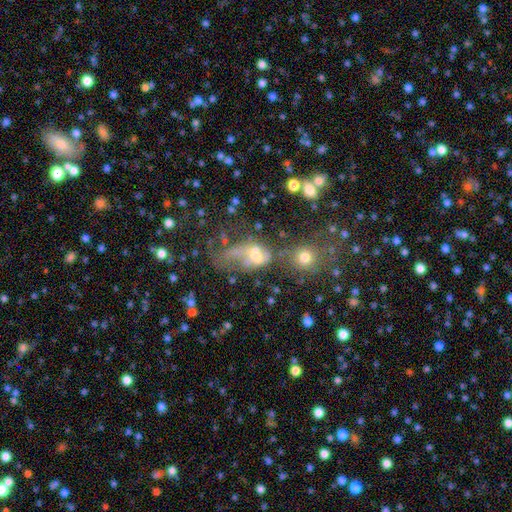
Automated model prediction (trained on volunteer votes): This appears to be a smooth galaxy with no disk features (42%). Merging: major disturbance (32%).